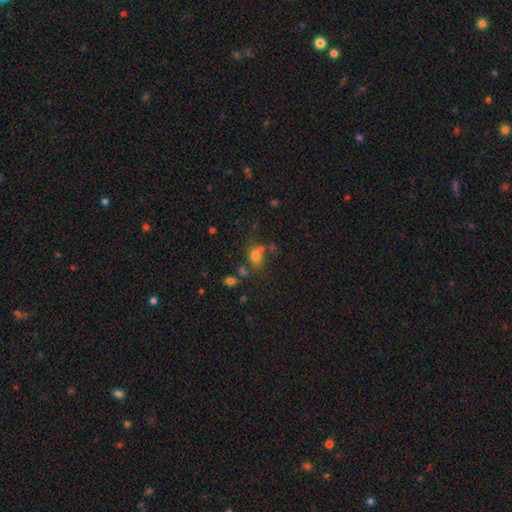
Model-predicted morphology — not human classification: smooth-or-featured: smooth: 68% | star or artifact: 19% | featured or disk: 14%
  how-rounded: round: 50% | in between: 48% | cigar-shaped: 2%
  merging: none: 53% | merger: 19% | minor disturbance: 18% | major disturbance: 10%